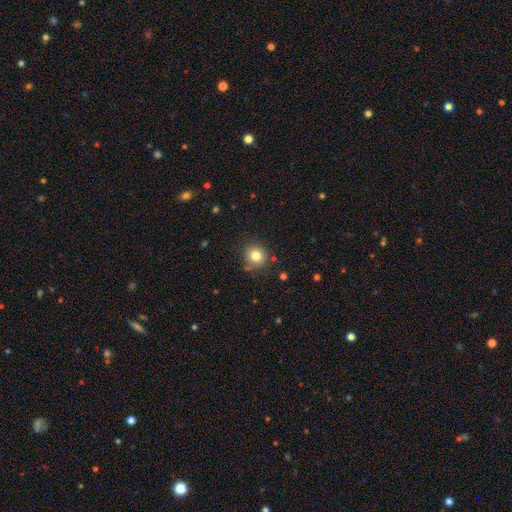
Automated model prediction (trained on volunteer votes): This is clearly a smooth galaxy (80%). How rounded: clearly round (88%). Merging: clearly none (83%).